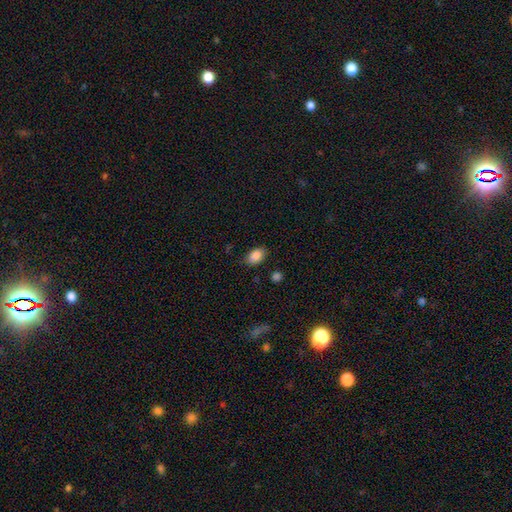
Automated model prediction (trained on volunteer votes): Overall: smooth (88%). How rounded: in between (87%). Merging: none (79%).